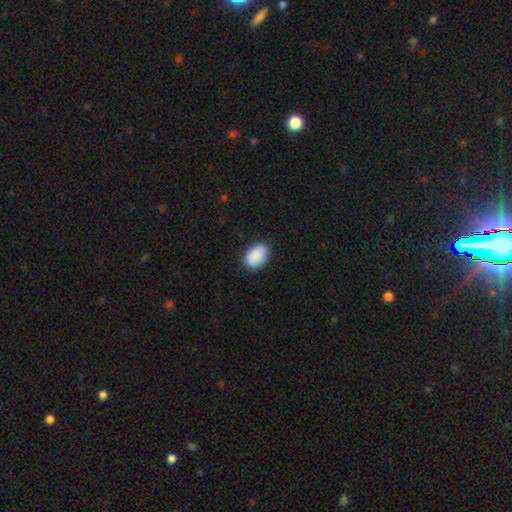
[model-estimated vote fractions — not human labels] A smooth galaxy with no disk features (91%) that is in between round and cigar-shaped (87%). Merging: none (86%).